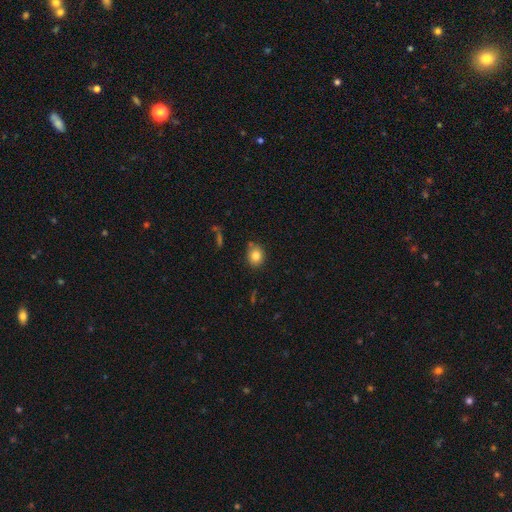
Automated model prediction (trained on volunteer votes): smooth-or-featured: smooth: 81% | star or artifact: 10% | featured or disk: 8%
  how-rounded: round: 59% | in between: 40% | cigar-shaped: 1%
  merging: none: 79% | minor disturbance: 15% | merger: 4% | major disturbance: 3%